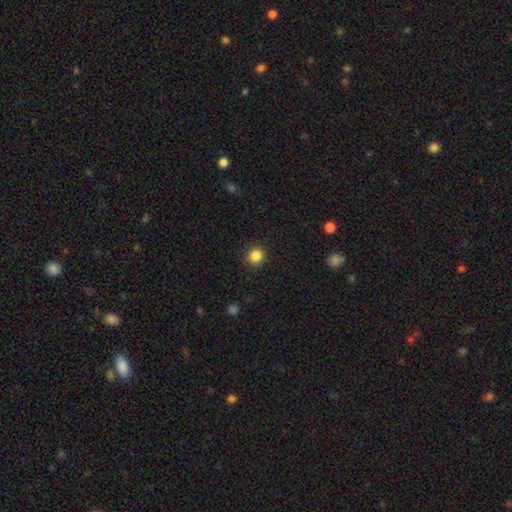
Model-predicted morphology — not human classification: The model was most divided on "smooth or featured": smooth: 85%, star or artifact: 11%, featured or disk: 4%. More confident: how rounded — round (94%); merging — none (92%).